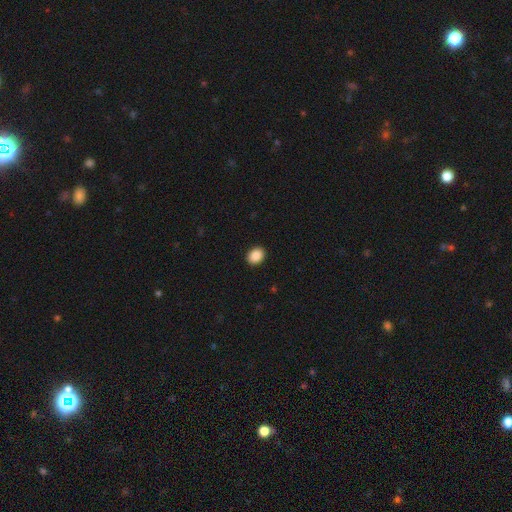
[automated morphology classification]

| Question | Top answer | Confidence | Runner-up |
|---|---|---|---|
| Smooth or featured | smooth | 89% | star or artifact (8%) |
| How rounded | in between | 51% | round (49%) |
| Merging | none | 92% | minor disturbance (5%) |